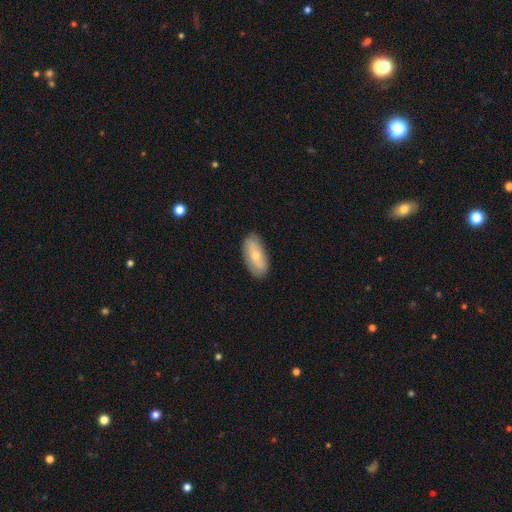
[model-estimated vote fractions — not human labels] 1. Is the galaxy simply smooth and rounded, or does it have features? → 59% smooth, 35% featured or disk, 6% star or artifact.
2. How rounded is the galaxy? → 89% in between, 7% cigar-shaped, 4% round.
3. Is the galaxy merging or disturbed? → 83% none, 13% minor disturbance, 3% major disturbance, 1% merger.